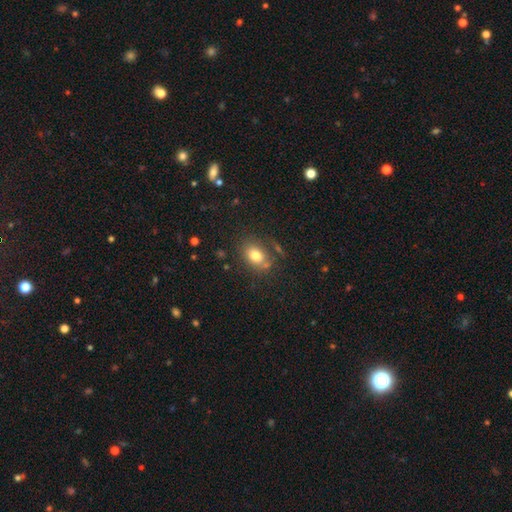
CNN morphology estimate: This appears to be a smooth galaxy with no disk features (78%) that is in between round and cigar-shaped (72%). Merging: none (70%).